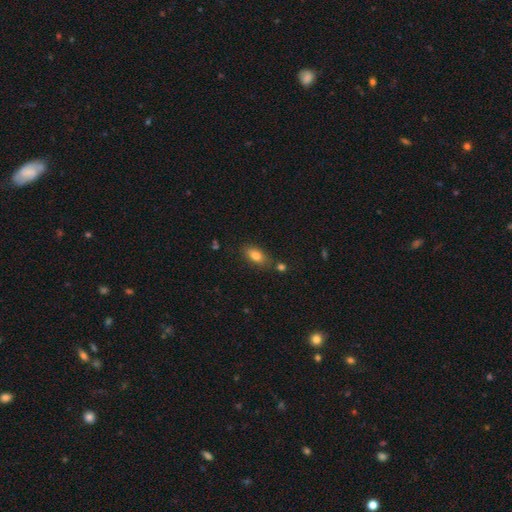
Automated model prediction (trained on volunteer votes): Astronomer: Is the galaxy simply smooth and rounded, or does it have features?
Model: smooth — 80%.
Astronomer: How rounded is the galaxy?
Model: in between — 86%.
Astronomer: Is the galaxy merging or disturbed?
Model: none — 73%.